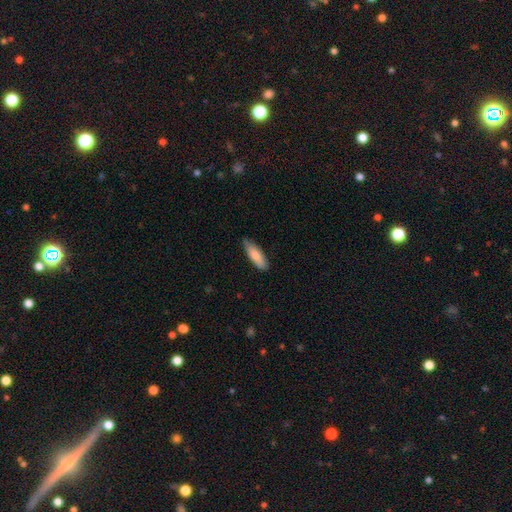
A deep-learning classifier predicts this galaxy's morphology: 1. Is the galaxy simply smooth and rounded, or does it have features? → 82% smooth, 13% featured or disk, 5% star or artifact.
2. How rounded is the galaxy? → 51% in between, 48% cigar-shaped, 2% round.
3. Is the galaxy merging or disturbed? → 79% none, 17% minor disturbance, 2% major disturbance, 1% merger.